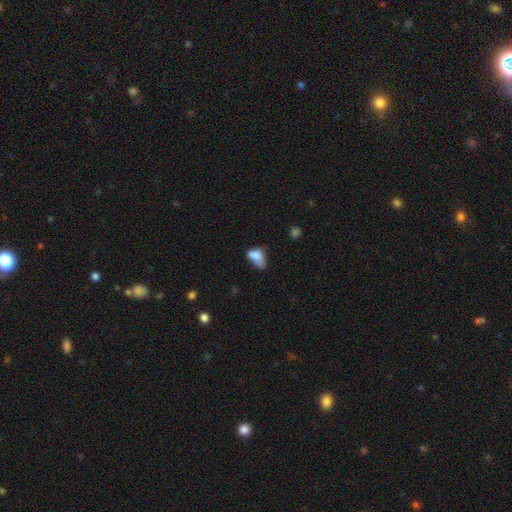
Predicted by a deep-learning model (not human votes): A smooth galaxy with no disk features (76%) that is in between round and cigar-shaped (84%). Merging: minor disturbance (40%).